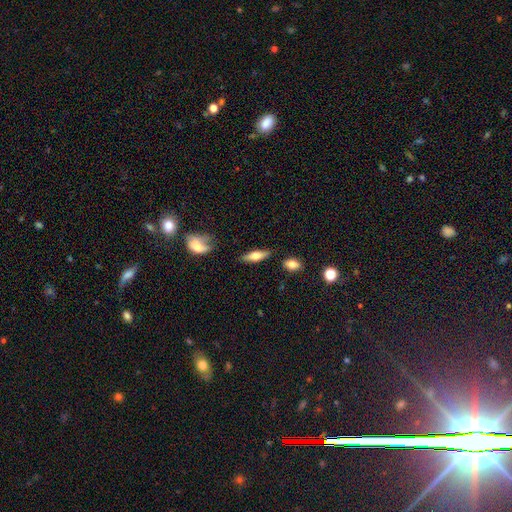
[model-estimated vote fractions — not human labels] smooth 57%, featured or disk 37%, star or artifact 6%. Down the decision tree: how rounded — in between (53%); merging — none (81%).